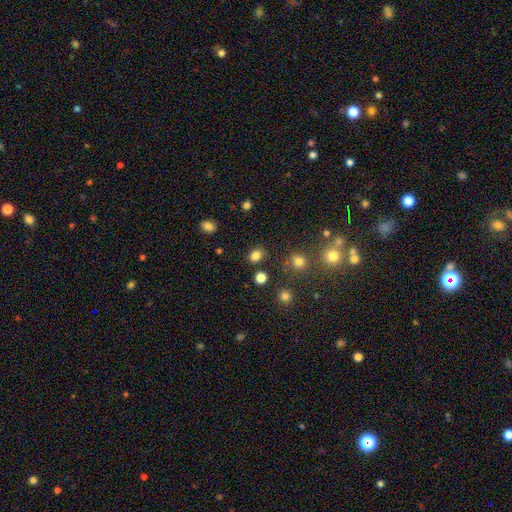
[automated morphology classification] Q: Smooth or featured?
A: smooth (81%); runner-up: star or artifact (14%)
Q: How rounded?
A: round (57%); runner-up: in between (42%)
Q: Merging?
A: none (83%); runner-up: minor disturbance (10%)